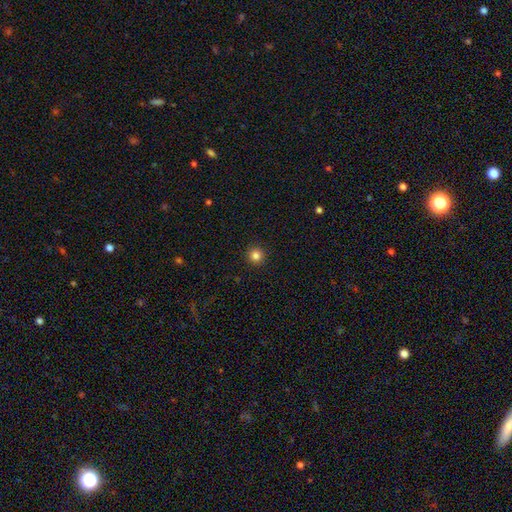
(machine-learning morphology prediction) This appears to be a smooth galaxy with no disk features (83%) that is round (96%). Merging: none (93%).